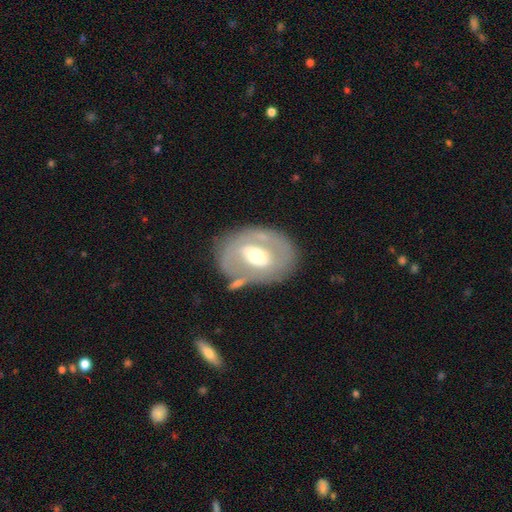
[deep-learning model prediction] This is likely a featured or disk galaxy (63%). It is clearly not viewed edge-on (93%). Bar: marginally no (44%). Spiral arm pattern: likely no (69%). Central bulge: likely moderate (67%). Merging: likely none (69%).